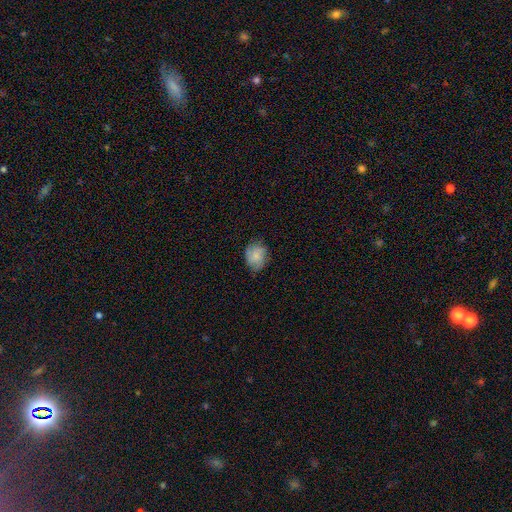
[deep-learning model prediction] Smooth or featured?
  - smooth: 73% *
  - featured or disk: 19%
  - star or artifact: 8%
How rounded?
  - in between: 56% *
  - round: 43%
  - cigar-shaped: 1%
Merging?
  - none: 72% *
  - minor disturbance: 22%
  - major disturbance: 5%
  - merger: 1%